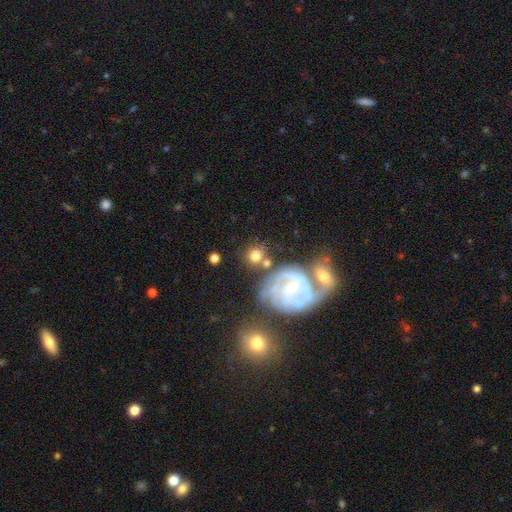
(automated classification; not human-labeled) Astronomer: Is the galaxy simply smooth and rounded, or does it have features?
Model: smooth — 58% (runner-up: featured or disk, 34%).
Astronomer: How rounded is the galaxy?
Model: round — 86%.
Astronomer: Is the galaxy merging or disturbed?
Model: none — 70%.